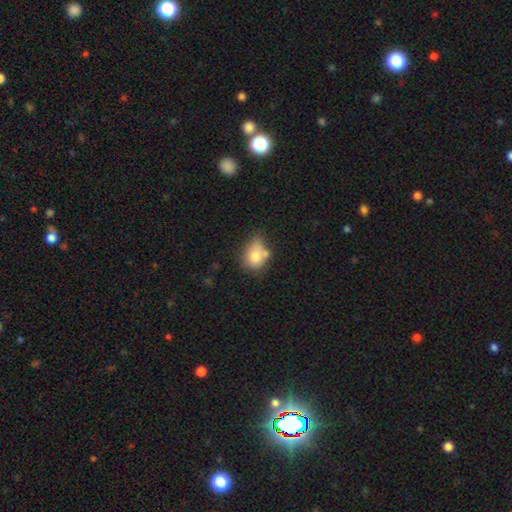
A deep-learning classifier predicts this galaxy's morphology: smooth_or_featured: smooth (p=0.74) [alt: featured or disk p=0.16]
how_rounded: in between (p=0.58) [alt: round p=0.41]
merging: none (p=0.37) [alt: minor disturbance p=0.28]